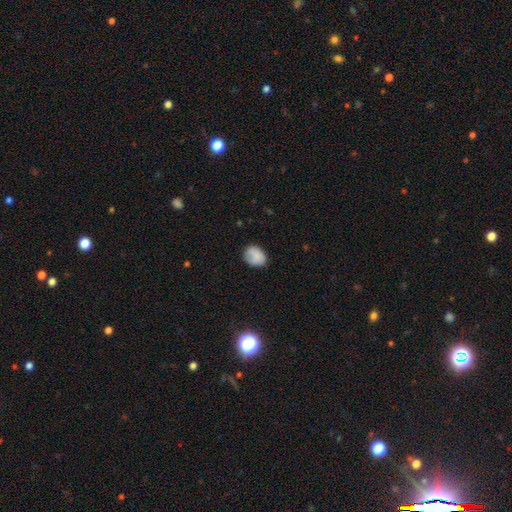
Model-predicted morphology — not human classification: smooth 82%, featured or disk 10%, star or artifact 8%. Down the decision tree: how rounded — in between (56%); merging — none (75%).